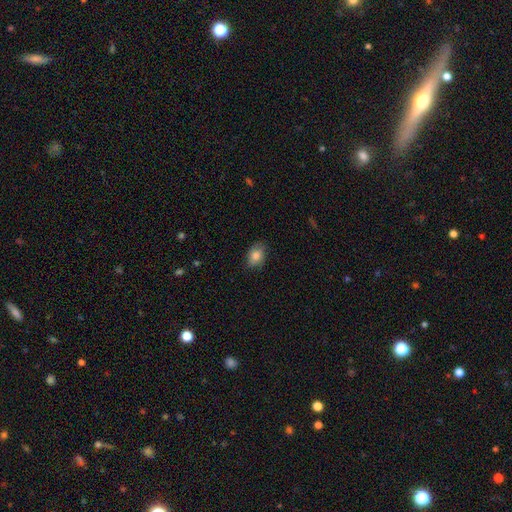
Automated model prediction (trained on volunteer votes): smooth_or_featured: smooth (p=0.83) [alt: featured or disk p=0.09]
how_rounded: in between (p=0.79) [alt: round p=0.20]
merging: none (p=0.81) [alt: minor disturbance p=0.15]